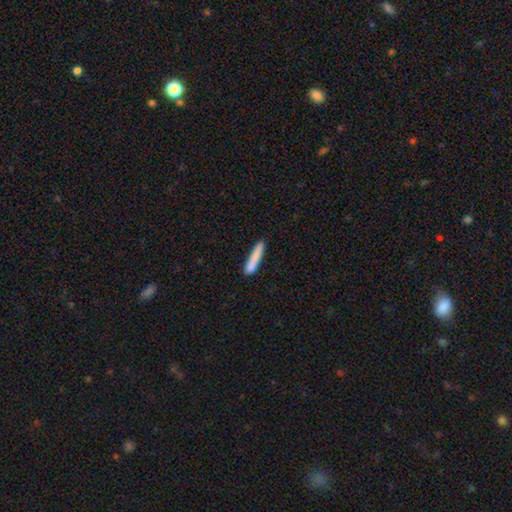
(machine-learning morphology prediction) type=smooth (82%); roundness=cigar-shaped (91%); merging=none (77%).